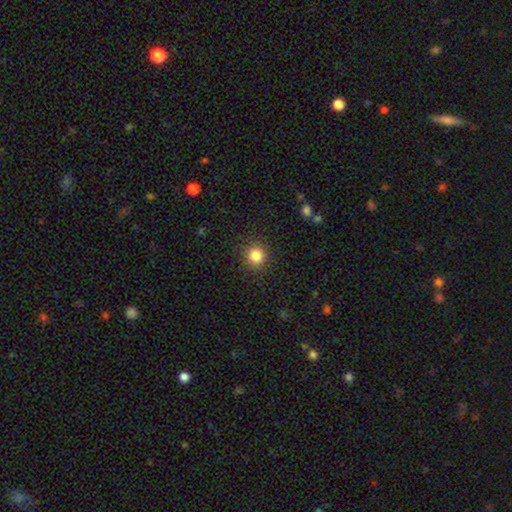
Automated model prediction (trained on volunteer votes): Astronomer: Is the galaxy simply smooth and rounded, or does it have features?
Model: smooth — 84%.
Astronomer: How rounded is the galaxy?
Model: round — 93%.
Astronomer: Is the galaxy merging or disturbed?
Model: none — 90%.